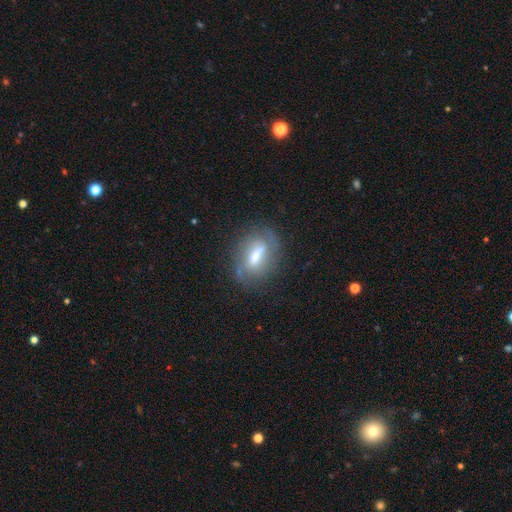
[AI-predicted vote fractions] Smooth or featured? featured or disk (55%)
Edge-on disk? no (80%)
Merging? none (68%)